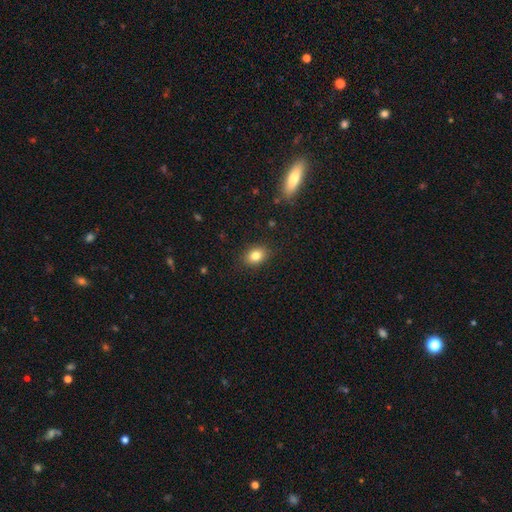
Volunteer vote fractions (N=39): A smooth galaxy with no disk features (87%) that is in between round and cigar-shaped (62%). Merging: none (92%).